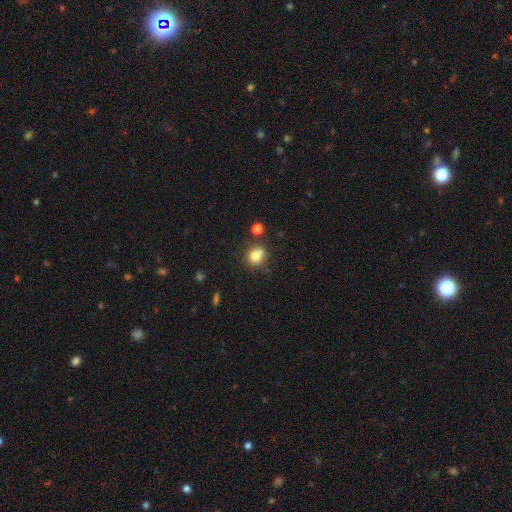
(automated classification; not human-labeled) This is likely a smooth galaxy (75%). How rounded: clearly round (83%). Merging: possibly none (57%).